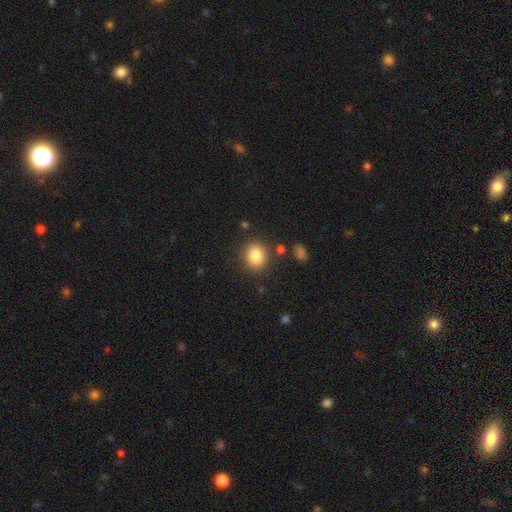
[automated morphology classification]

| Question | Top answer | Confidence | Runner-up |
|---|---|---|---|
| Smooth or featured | smooth | 85% | star or artifact (9%) |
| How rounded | round | 70% | in between (29%) |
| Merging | none | 84% | minor disturbance (9%) |